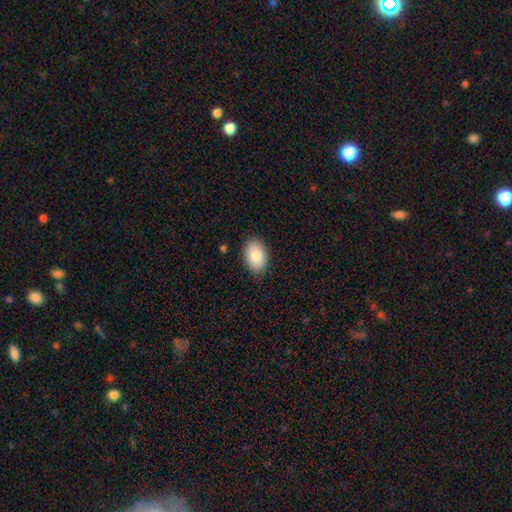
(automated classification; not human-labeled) This is clearly a smooth galaxy (84%). How rounded: clearly in between (90%). Merging: clearly none (87%).